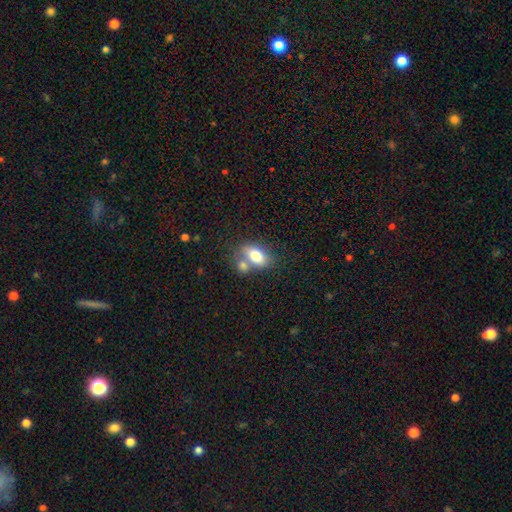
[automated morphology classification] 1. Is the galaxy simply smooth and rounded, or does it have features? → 76% smooth, 16% featured or disk, 8% star or artifact.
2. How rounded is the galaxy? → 86% in between, 11% round, 3% cigar-shaped.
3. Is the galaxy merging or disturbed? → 41% merger (tied), 41% none (tied), 12% minor disturbance, 5% major disturbance.